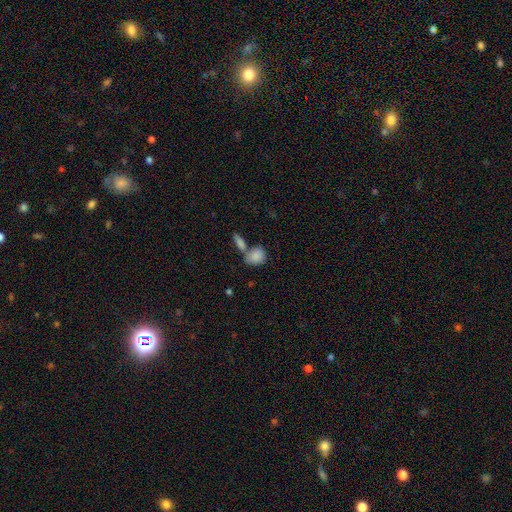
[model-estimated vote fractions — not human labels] Q: Smooth or featured?
A: smooth (86%); runner-up: featured or disk (7%)
Q: How rounded?
A: in between (51%); runner-up: round (46%)
Q: Merging?
A: none (43%); runner-up: merger (41%)